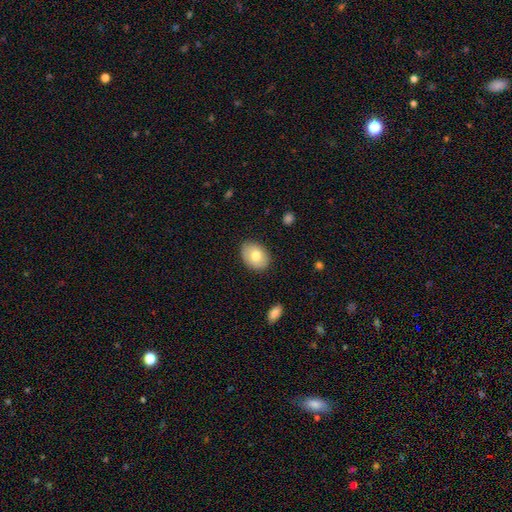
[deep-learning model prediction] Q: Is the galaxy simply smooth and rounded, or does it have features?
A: smooth — 74%.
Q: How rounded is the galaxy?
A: in between — 71%.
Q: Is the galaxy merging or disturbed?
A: none — 84%.